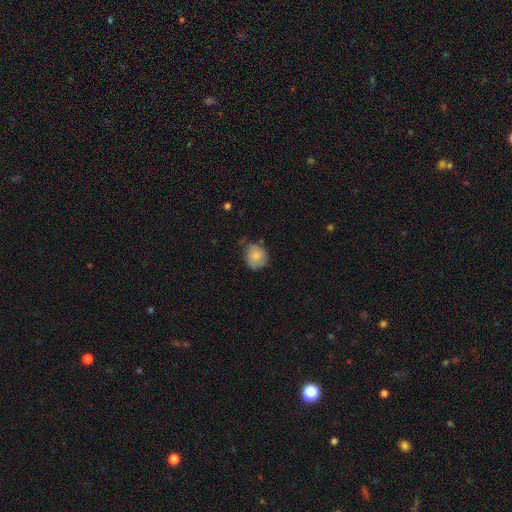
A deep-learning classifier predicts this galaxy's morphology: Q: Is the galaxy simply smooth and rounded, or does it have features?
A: smooth — 79%.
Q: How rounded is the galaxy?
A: round — 68%.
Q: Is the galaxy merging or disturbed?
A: none — 56%.